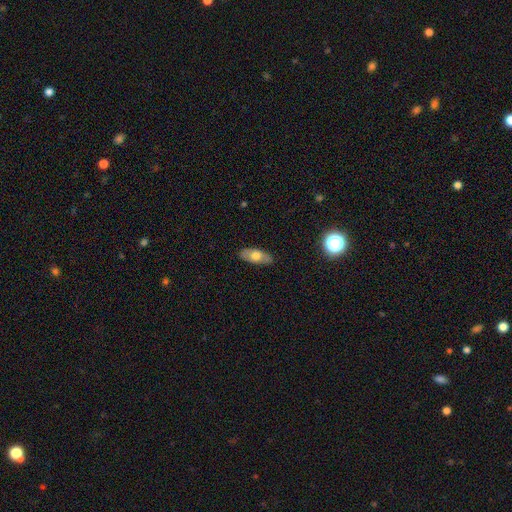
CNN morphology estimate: Smooth or featured? Predicted: smooth (p=0.63). How rounded? Predicted: in between (p=0.86). Merging? Predicted: none (p=0.85).